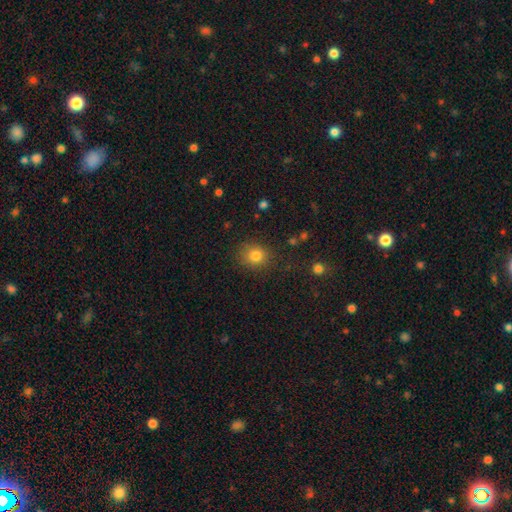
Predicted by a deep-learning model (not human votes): The model was most divided on "how rounded": round: 79%, in between: 20%, cigar-shaped: 1%. More confident: merging — none (83%); smooth or featured — smooth (81%).